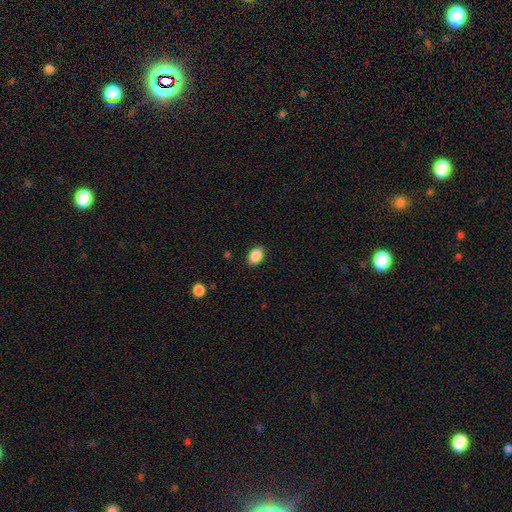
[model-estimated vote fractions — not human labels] This is clearly a smooth galaxy (87%). How rounded: likely in between (79%). Merging: clearly none (85%).